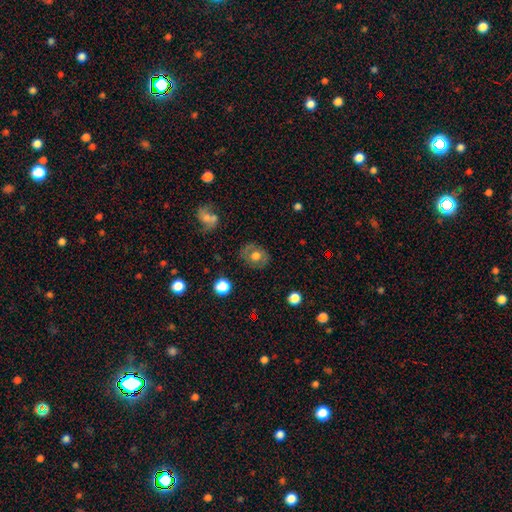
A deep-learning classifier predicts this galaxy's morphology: A smooth galaxy with no disk features (58%) that is round (63%). Merging: none (79%).